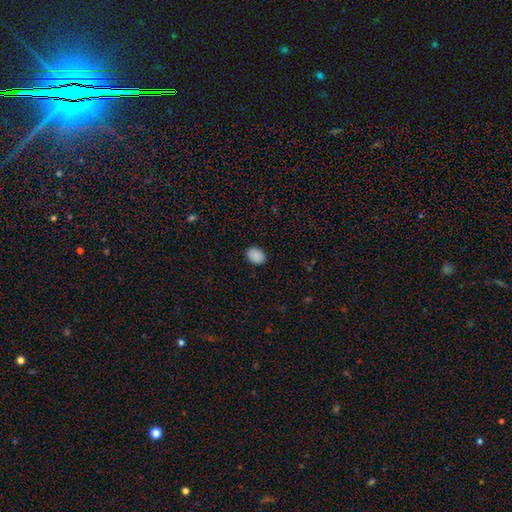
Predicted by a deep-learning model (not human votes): Smooth or featured? smooth (90%)
How rounded? in between (80%)
Merging? none (89%)